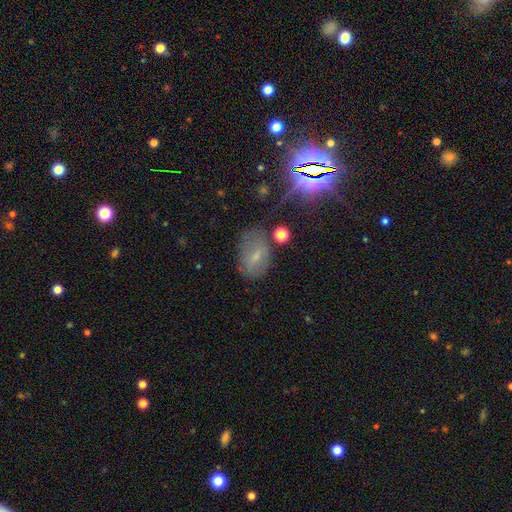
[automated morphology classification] smooth 47%, featured or disk 33%, star or artifact 21%. Down the decision tree: merging — none (62%).